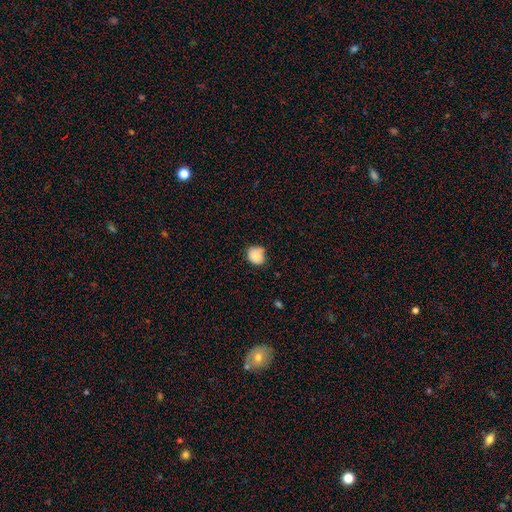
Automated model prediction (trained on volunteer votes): smooth_or_featured: smooth (p=0.84) [alt: star or artifact p=0.09]
how_rounded: round (p=0.74) [alt: in between p=0.25]
merging: none (p=0.65) [alt: minor disturbance p=0.29]